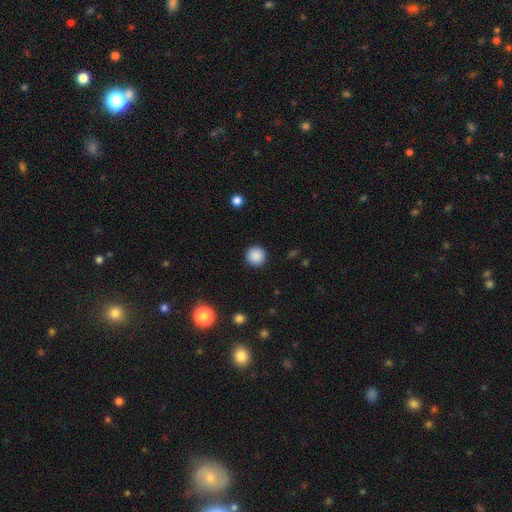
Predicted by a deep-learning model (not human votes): smooth-or-featured: smooth: 88% | star or artifact: 9% | featured or disk: 3%
  how-rounded: round: 96% | in between: 3% | cigar-shaped: 1%
  merging: none: 92% | minor disturbance: 5% | major disturbance: 2% | merger: 1%